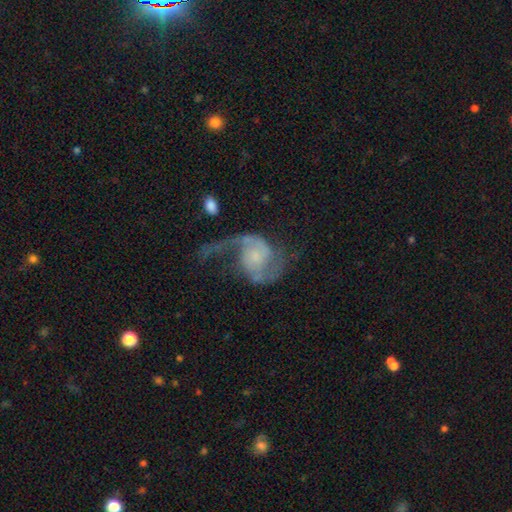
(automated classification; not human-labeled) Overall: featured or disk (86%). Edge-on disk: no (98%). Bar: no (67%; weak 28%). Spiral arms: yes (96%). Spiral arm count: 2 (84%). Spiral winding: loose (56%; medium 36%). Bulge size: small (45%; moderate 25%). Merging: none (48%; major disturbance 30%).